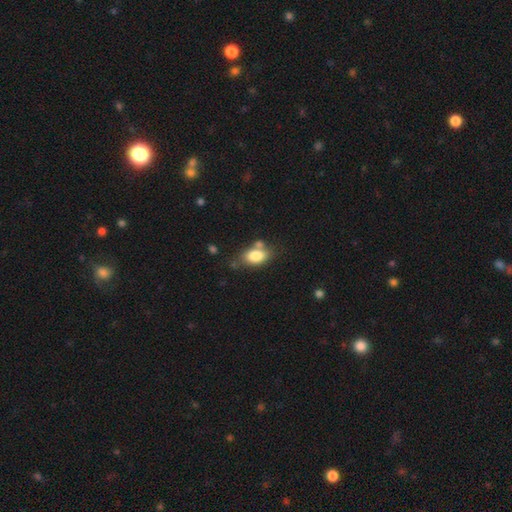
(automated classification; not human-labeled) This appears to be a smooth galaxy with no disk features (81%) that is in between round and cigar-shaped (86%). Merging: none (56%).